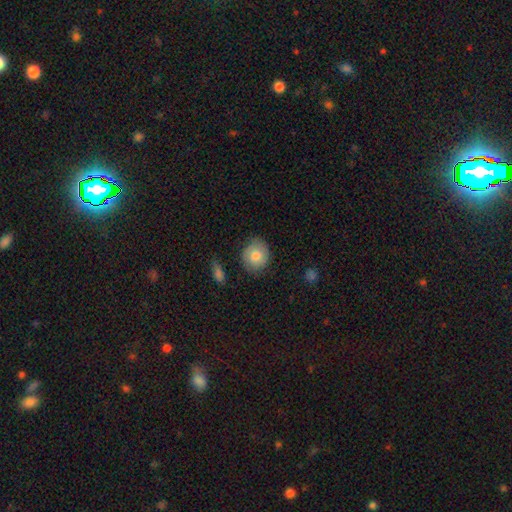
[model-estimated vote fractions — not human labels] Smooth or featured?
  - smooth: 73% *
  - featured or disk: 20%
  - star or artifact: 7%
How rounded?
  - round: 81% *
  - in between: 18%
  - cigar-shaped: 1%
Merging?
  - none: 78% *
  - minor disturbance: 17%
  - major disturbance: 4%
  - merger: 2%